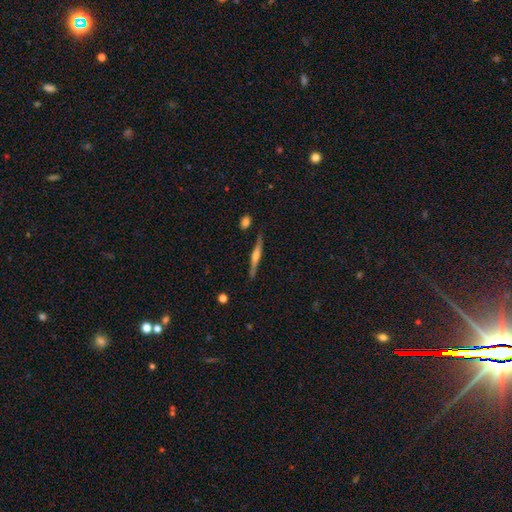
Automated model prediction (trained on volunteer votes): A featured or disk galaxy (64%) viewed edge-on (96%) with a rounded central bulge (62%). Merging: none (84%).